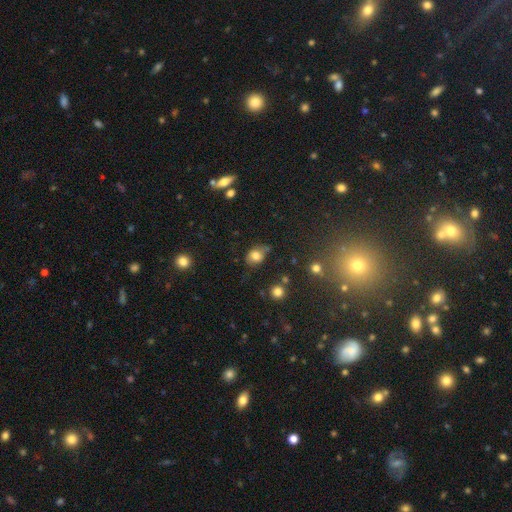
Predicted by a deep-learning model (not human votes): Overall: smooth (74%). How rounded: in between (53%; round 46%). Merging: none (53%; minor disturbance 31%).